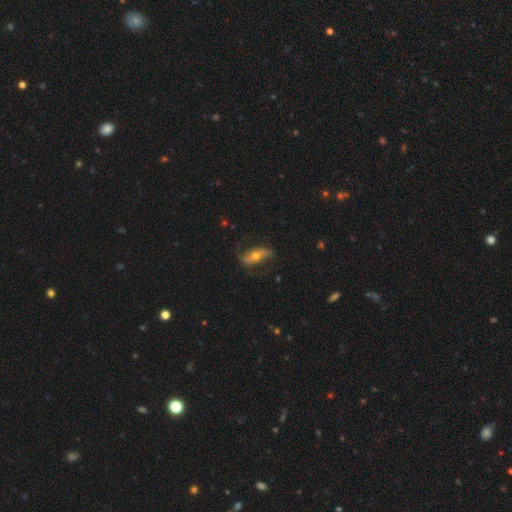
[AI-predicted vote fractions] Morphology: type=featured or disk (67%); edge-on=no (80%); bar=no (44%); spiral arms=yes (83%); bulge=moderate (67%); merging=none (72%).